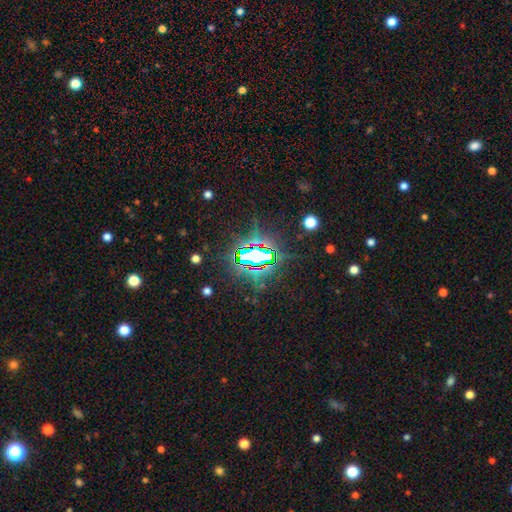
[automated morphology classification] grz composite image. It shows a star or artifact, not a galaxy (76%).